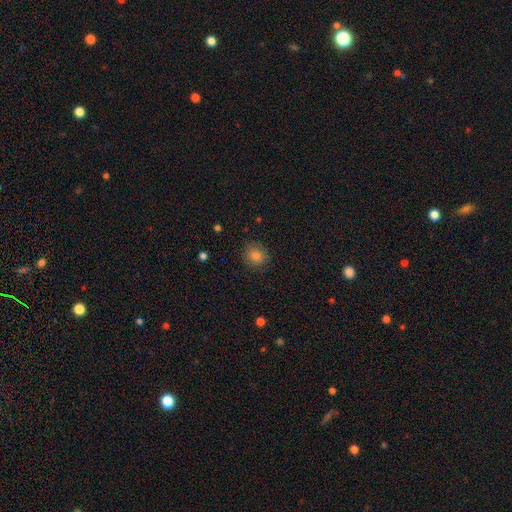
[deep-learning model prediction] This is clearly a smooth galaxy (81%). How rounded: clearly round (83%). Merging: clearly none (88%).